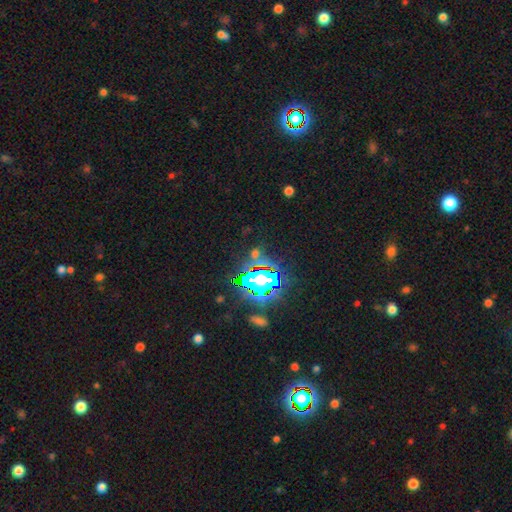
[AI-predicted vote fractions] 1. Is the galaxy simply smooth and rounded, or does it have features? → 75% star or artifact, 15% smooth, 10% featured or disk.